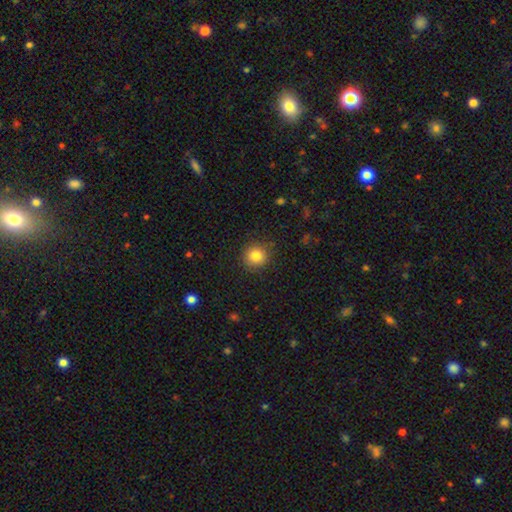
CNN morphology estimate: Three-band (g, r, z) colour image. It shows a smooth galaxy with no disk features (83%) that is round (92%). Merging: none (88%).